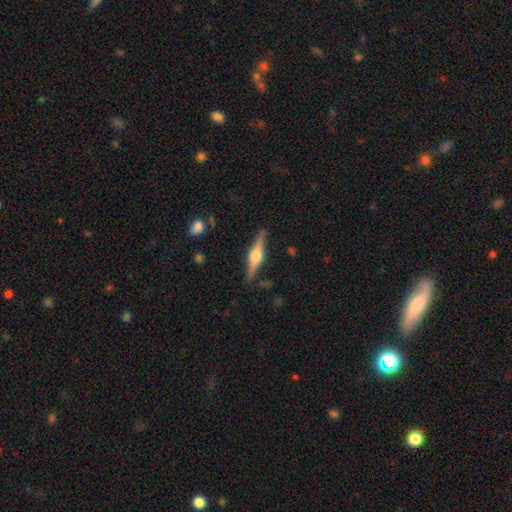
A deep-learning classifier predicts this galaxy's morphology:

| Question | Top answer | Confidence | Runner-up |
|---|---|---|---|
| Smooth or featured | featured or disk | 76% | smooth (18%) |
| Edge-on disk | yes | 98% | no (2%) |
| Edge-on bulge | rounded | 93% | boxy (6%) |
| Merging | none | 88% | minor disturbance (9%) |